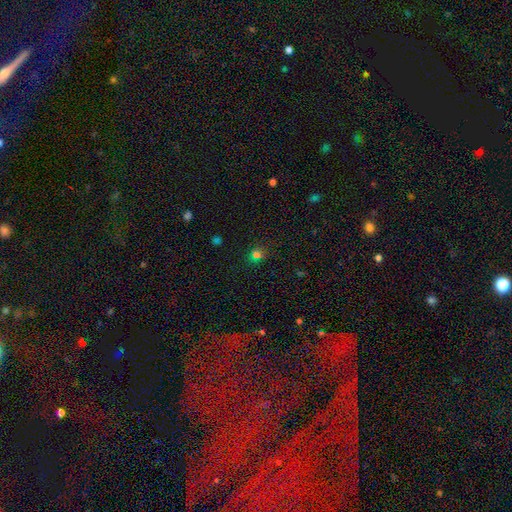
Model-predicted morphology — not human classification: Smooth or featured? smooth (65%)
How rounded? round (74%)
Merging? none (83%)